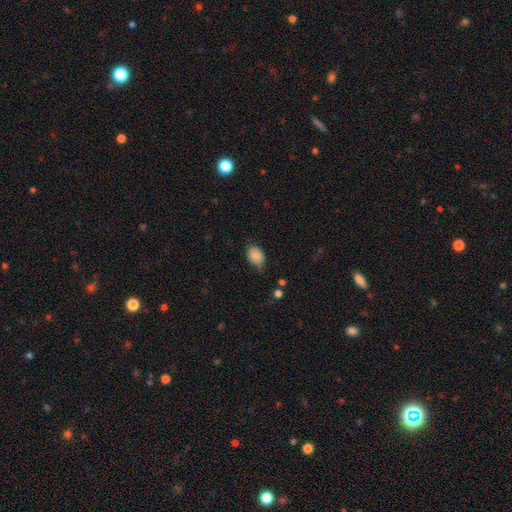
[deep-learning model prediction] smooth_or_featured: smooth (p=0.86) [alt: star or artifact p=0.08]
how_rounded: in between (p=0.76) [alt: round p=0.23]
merging: none (p=0.62) [alt: minor disturbance p=0.30]